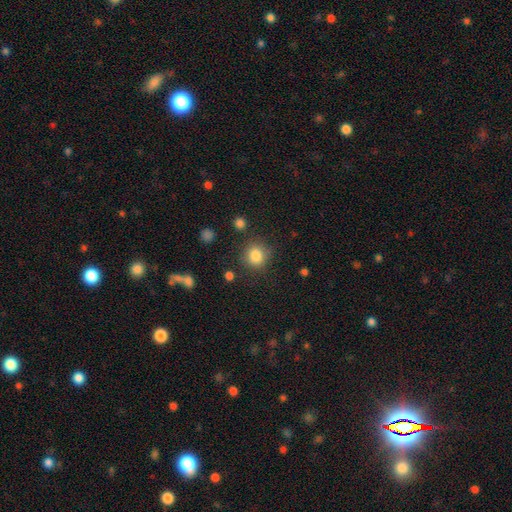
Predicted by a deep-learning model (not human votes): Smooth or featured: smooth — 84% (star or artifact — 11%)
How rounded: round — 86% (in between — 13%)
Merging: none — 82% (minor disturbance — 10%)